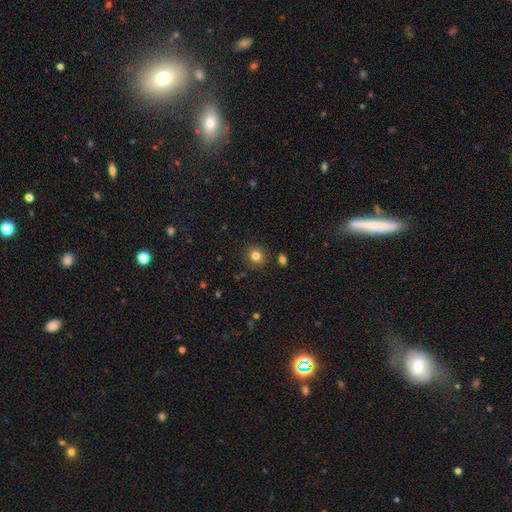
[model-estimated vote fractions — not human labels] smooth-or-featured: smooth: 81% | star or artifact: 13% | featured or disk: 6%
  how-rounded: round: 86% | in between: 13% | cigar-shaped: 1%
  merging: none: 88% | minor disturbance: 7% | merger: 2% | major disturbance: 2%